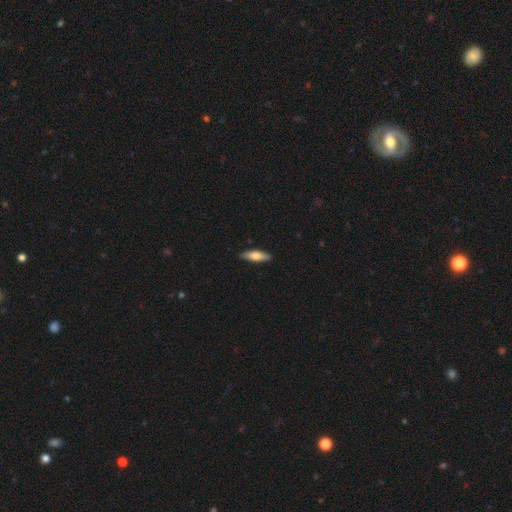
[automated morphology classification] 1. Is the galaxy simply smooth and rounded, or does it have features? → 68% smooth, 27% featured or disk, 6% star or artifact.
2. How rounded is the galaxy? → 53% cigar-shaped, 45% in between, 2% round.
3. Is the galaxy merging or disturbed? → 88% none, 9% minor disturbance, 2% major disturbance, 1% merger.